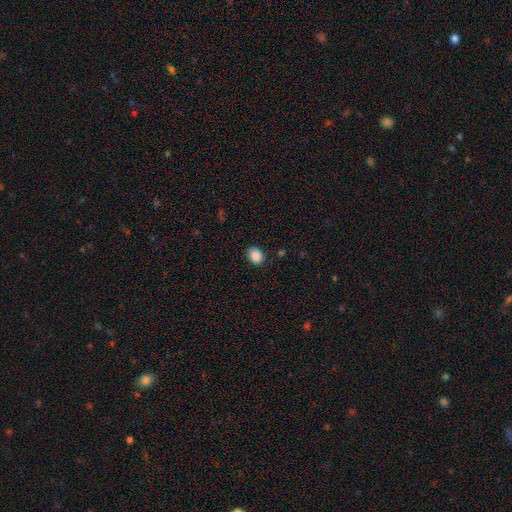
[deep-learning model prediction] A smooth galaxy with no disk features (88%) that is in between round and cigar-shaped (59%).

Vote fractions:
- Smooth or featured? smooth: 88% / star or artifact: 8% / featured or disk: 3%
- How rounded? in between: 59% / round: 40% / cigar-shaped: 1%
- Merging? none: 84% / minor disturbance: 12% / major disturbance: 3% / merger: 1%